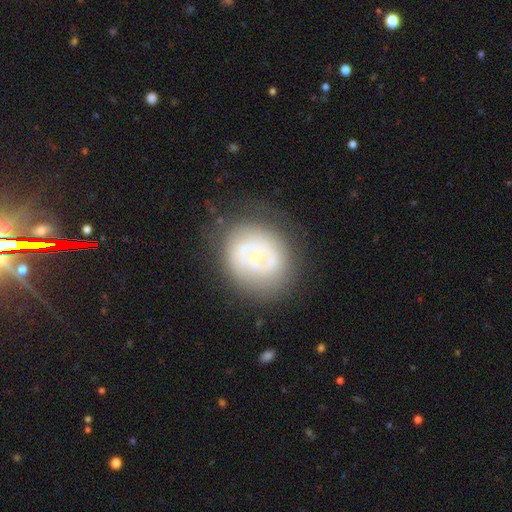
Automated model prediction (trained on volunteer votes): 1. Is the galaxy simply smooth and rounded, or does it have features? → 62% featured or disk, 31% smooth, 7% star or artifact.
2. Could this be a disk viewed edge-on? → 97% no, 3% yes.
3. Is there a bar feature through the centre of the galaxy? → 75% no, 19% weak, 6% strong.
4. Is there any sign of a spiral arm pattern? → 59% no, 41% yes.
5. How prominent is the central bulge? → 61% small, 32% moderate, 3% large, 3% none, 1% dominant.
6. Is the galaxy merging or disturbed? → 68% none, 19% minor disturbance, 10% major disturbance, 3% merger.